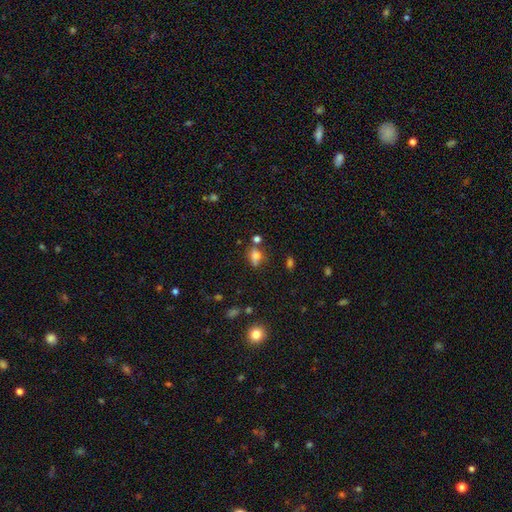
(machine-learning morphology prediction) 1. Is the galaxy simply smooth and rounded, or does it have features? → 70% smooth, 16% star or artifact, 14% featured or disk.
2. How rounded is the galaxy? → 67% in between, 26% round, 7% cigar-shaped.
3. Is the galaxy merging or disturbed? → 50% none, 22% minor disturbance, 19% merger, 10% major disturbance.